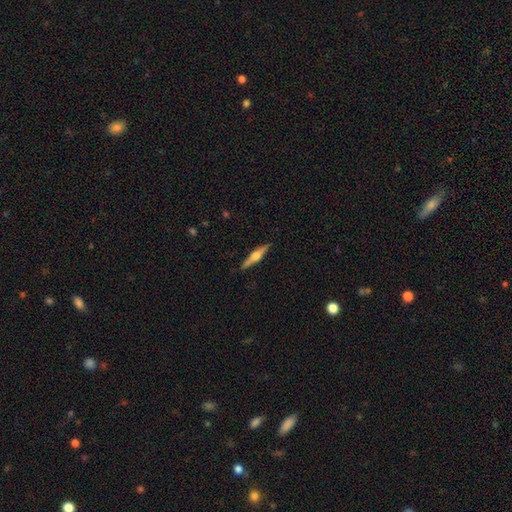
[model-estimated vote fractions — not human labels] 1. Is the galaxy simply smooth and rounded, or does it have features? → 65% featured or disk, 30% smooth, 5% star or artifact.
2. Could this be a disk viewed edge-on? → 97% yes, 3% no.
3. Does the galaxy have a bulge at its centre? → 90% rounded, 7% boxy, 3% none.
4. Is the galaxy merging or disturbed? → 90% none, 7% minor disturbance, 1% major disturbance, 1% merger.